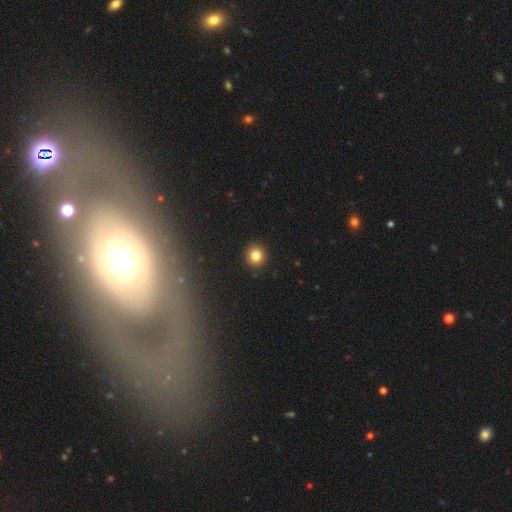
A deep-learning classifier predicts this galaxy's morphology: A smooth galaxy with no disk features (82%) that is round (93%). Merging: none (93%).